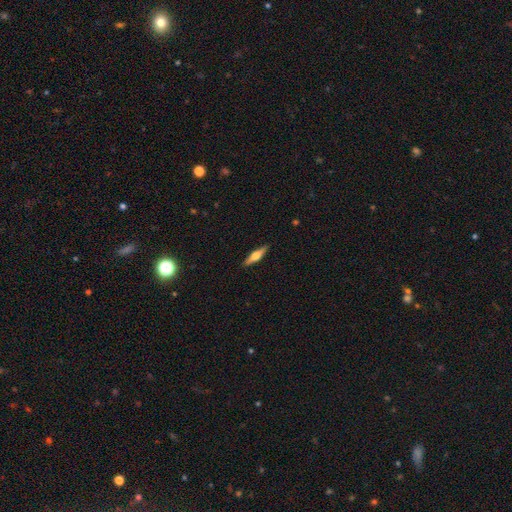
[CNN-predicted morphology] smooth_or_featured: featured or disk (p=0.56) [alt: smooth p=0.38]
disk_edge_on: yes (p=0.95) [alt: no p=0.05]
edge_on_bulge: rounded (p=0.92) [alt: boxy p=0.05]
merging: none (p=0.90) [alt: minor disturbance p=0.08]